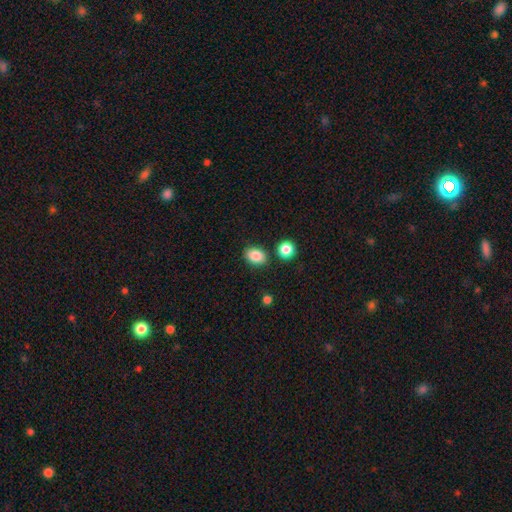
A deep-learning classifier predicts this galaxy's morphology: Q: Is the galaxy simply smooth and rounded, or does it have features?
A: smooth — 86%.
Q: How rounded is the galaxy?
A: in between — 72%.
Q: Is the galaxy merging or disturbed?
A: none — 82%.